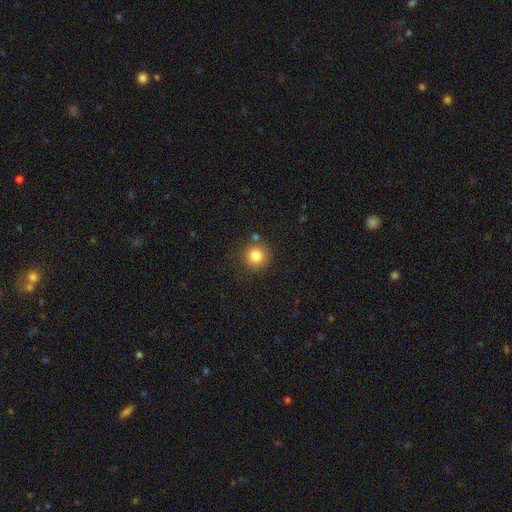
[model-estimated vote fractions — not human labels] Smooth or featured: smooth — 82% (star or artifact — 11%)
How rounded: round — 94% (in between — 5%)
Merging: none — 83% (minor disturbance — 9%)